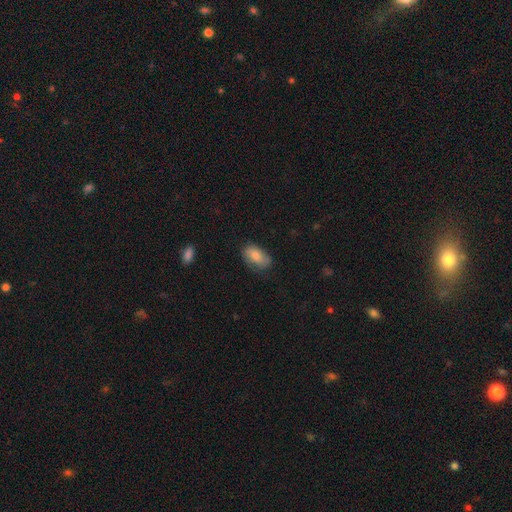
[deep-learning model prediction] Overall: smooth (79%). How rounded: in between (92%). Merging: none (64%; minor disturbance 27%).